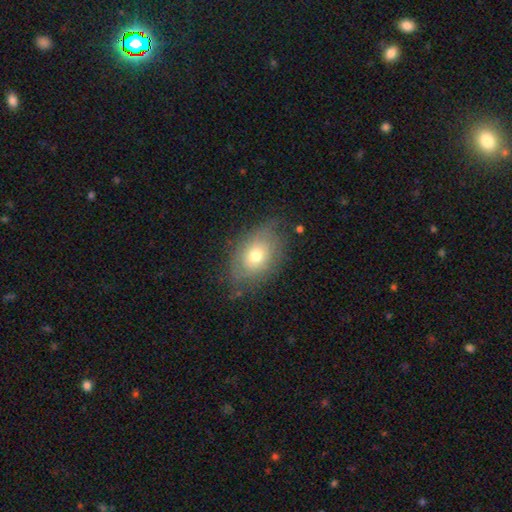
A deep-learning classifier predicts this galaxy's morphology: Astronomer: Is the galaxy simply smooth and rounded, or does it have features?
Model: smooth — 57% (runner-up: featured or disk, 34%).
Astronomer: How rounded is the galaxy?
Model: in between — 76%.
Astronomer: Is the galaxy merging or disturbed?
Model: none — 69%.